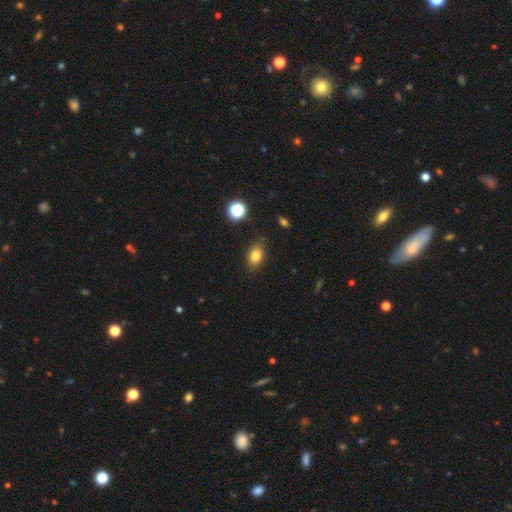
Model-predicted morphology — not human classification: Overall: smooth (80%). How rounded: in between (80%). Merging: none (83%).